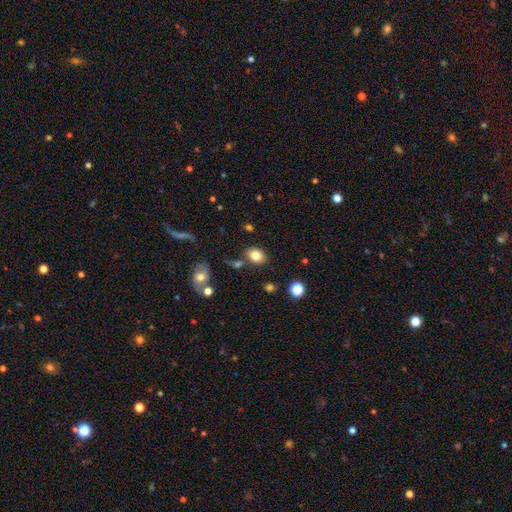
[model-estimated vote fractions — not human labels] A smooth galaxy with no disk features (81%) that is in between round and cigar-shaped (69%).

Vote fractions:
- Smooth or featured? smooth: 81% / star or artifact: 10% / featured or disk: 9%
- How rounded? in between: 69% / round: 30% / cigar-shaped: 1%
- Merging? none: 76% / minor disturbance: 12% / merger: 8% / major disturbance: 4%